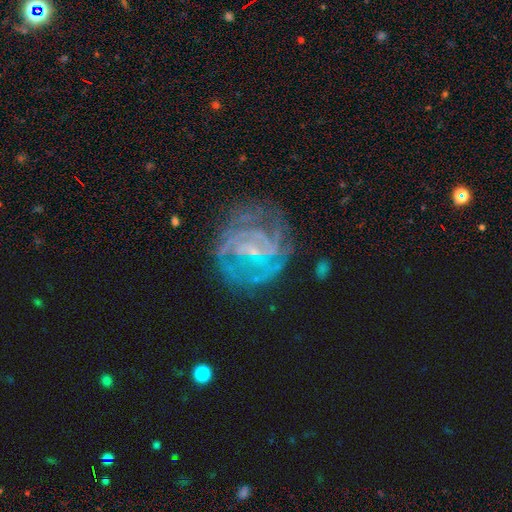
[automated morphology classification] This is likely a featured or disk galaxy (79%). It is clearly not viewed edge-on (97%). Bar: possibly weak (49%). Spiral arm pattern: clearly yes (84%). Spiral arm count: marginally can't tell (42%). Spiral winding: possibly tight (54%). Central bulge: likely small (70%). Merging: likely none (66%).